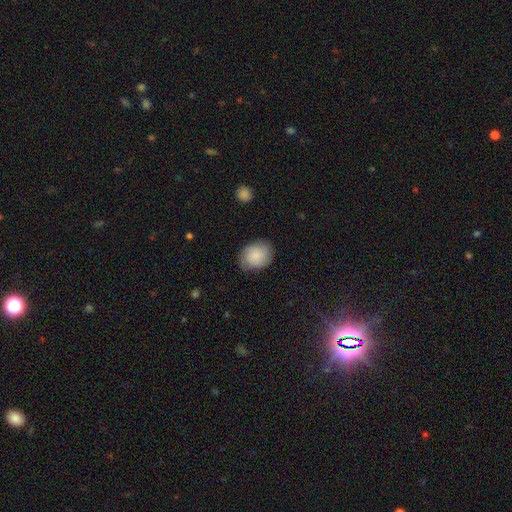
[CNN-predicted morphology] This appears to be a smooth galaxy with no disk features (79%) that is in between round and cigar-shaped (52%). Merging: none (75%).